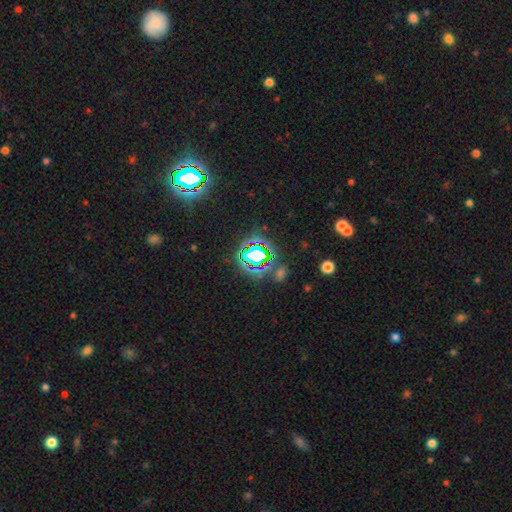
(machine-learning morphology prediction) Q: Smooth or featured?
A: star or artifact (70%); runner-up: smooth (20%)